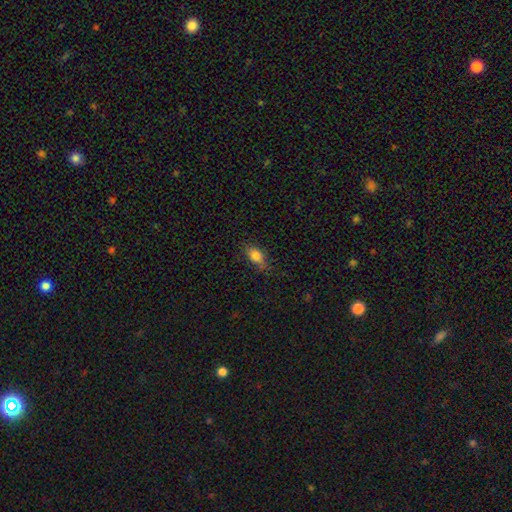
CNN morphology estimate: Smooth or featured: smooth — 81% (featured or disk — 9%)
How rounded: in between — 81% (round — 11%)
Merging: none — 72% (minor disturbance — 21%)